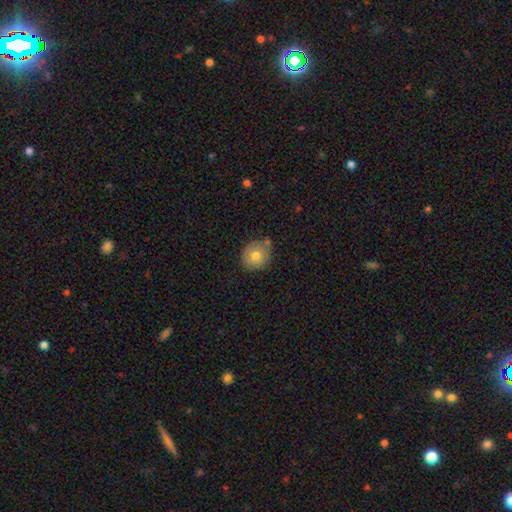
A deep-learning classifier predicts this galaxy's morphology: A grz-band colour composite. It shows a smooth galaxy with no disk features (75%) that is round (82%). Merging: none (71%).